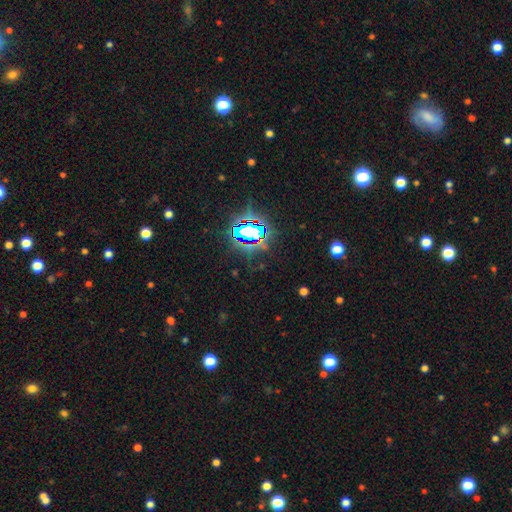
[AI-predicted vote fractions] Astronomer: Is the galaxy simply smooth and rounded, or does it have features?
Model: star or artifact — 83%.